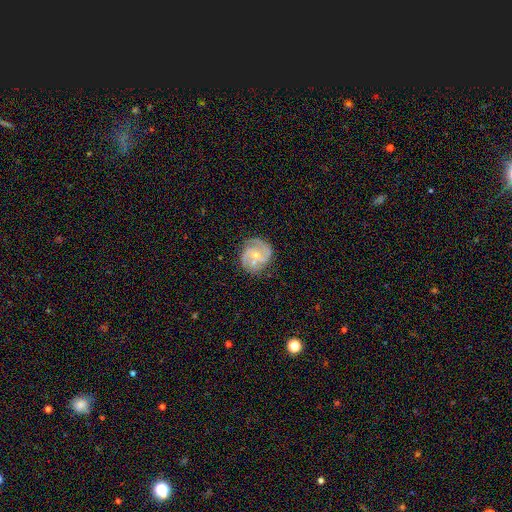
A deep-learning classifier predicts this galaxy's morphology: A featured or disk galaxy (84%) with no bar (57%), 2 (48%) medium (47%) spiral arms (96%) and a small central bulge (56%). Merging: none (72%).